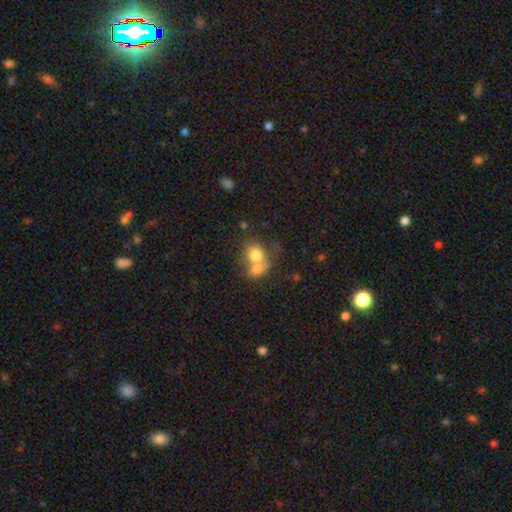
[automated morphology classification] Smooth or featured? smooth (74%)
How rounded? round (60%)
Merging? merger (66%)